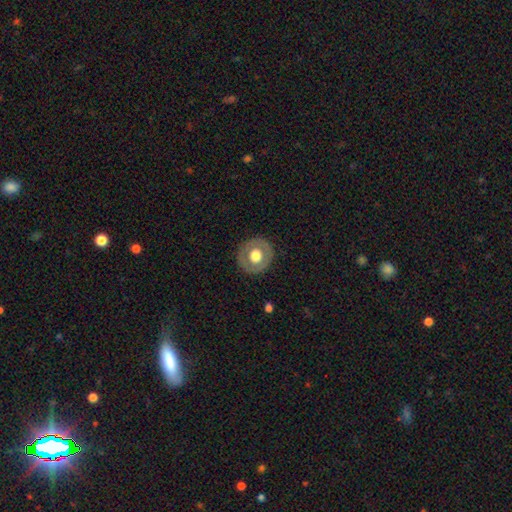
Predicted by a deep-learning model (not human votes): Smooth or featured?
  - smooth: 54% *
  - featured or disk: 40%
  - star or artifact: 6%
How rounded?
  - round: 88% *
  - in between: 12%
  - cigar-shaped: 1%
Merging?
  - none: 87% *
  - minor disturbance: 9%
  - major disturbance: 3%
  - merger: 1%